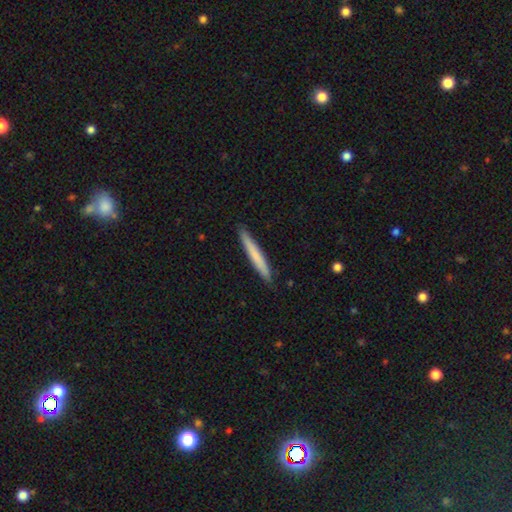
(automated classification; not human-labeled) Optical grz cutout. It shows a smooth galaxy with no disk features (71%) that is cigar-shaped (96%). Merging: none (90%).